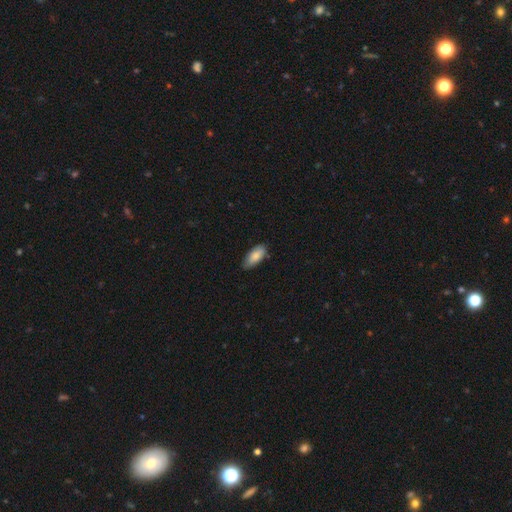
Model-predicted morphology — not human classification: Smooth or featured?
  - smooth: 84% *
  - featured or disk: 10%
  - star or artifact: 6%
How rounded?
  - in between: 86% *
  - cigar-shaped: 12%
  - round: 2%
Merging?
  - none: 77% *
  - minor disturbance: 19%
  - major disturbance: 2%
  - merger: 1%